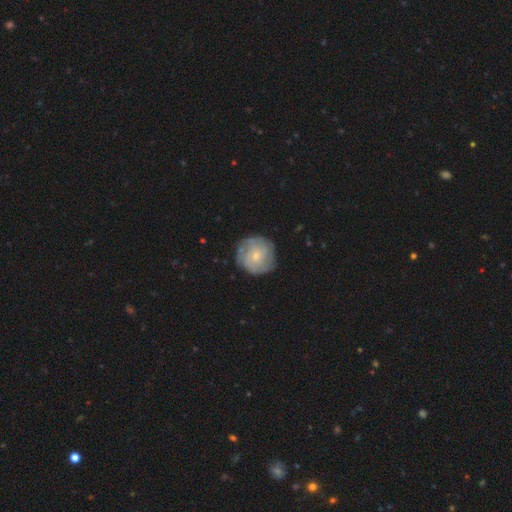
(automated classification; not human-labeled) Overall: featured or disk (59%; smooth 35%). Edge-on disk: no (98%). Bar: no (75%). Spiral arms: yes (82%). Bulge size: small (68%). Merging: none (79%).